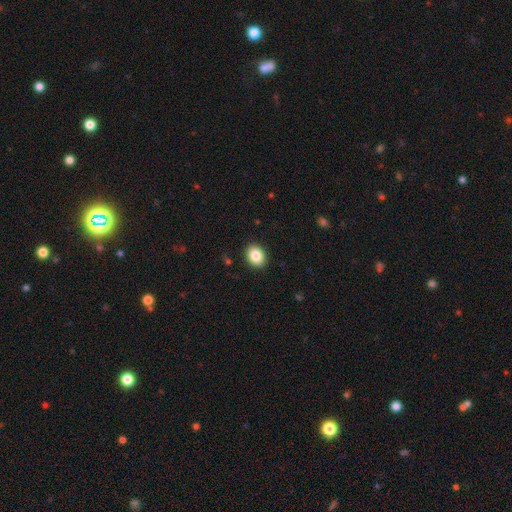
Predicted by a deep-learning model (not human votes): smooth 86%, star or artifact 8%, featured or disk 6%. Down the decision tree: how rounded — in between (54%); merging — none (90%).